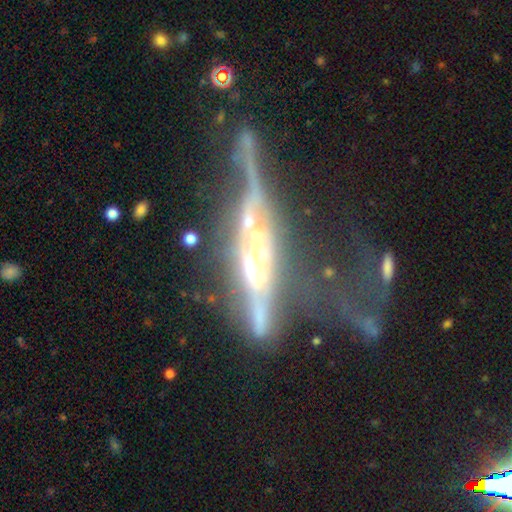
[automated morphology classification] Smooth or featured? featured or disk (82%)
Edge-on disk? yes (77%)
Edge-on bulge? rounded (56%)
Merging? major disturbance (41%)